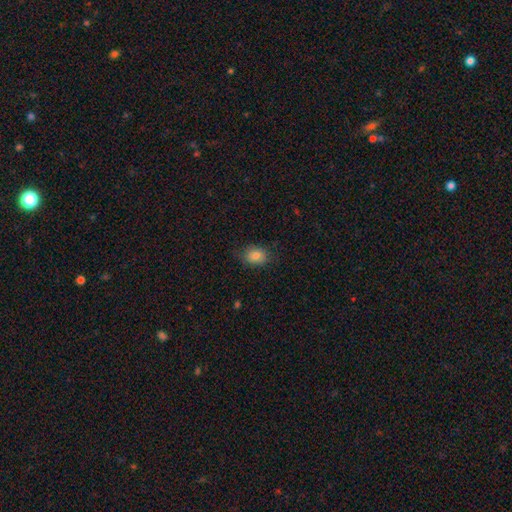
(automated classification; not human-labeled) smooth-or-featured: smooth: 84% | star or artifact: 9% | featured or disk: 7%
  how-rounded: in between: 70% | round: 29% | cigar-shaped: 1%
  merging: none: 81% | minor disturbance: 15% | major disturbance: 4% | merger: 1%